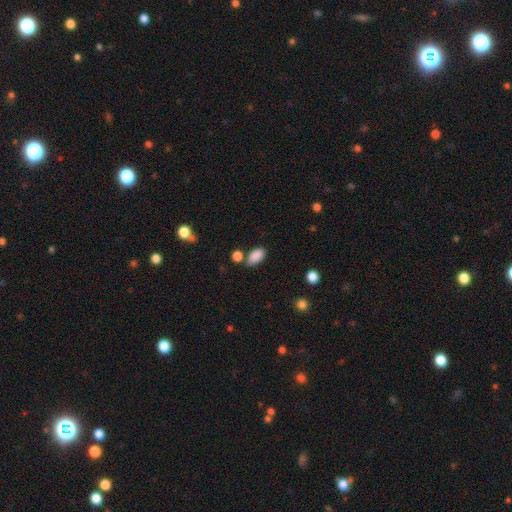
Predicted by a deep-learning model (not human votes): A smooth galaxy with no disk features (88%) that is in between round and cigar-shaped (93%). Merging: none (68%).